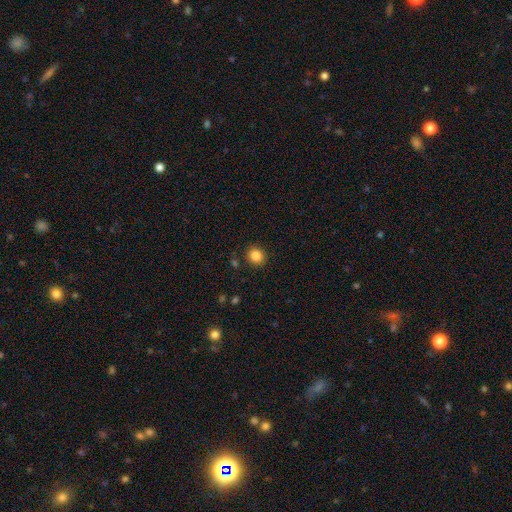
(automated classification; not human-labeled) smooth-or-featured: smooth: 85% | star or artifact: 11% | featured or disk: 5%
  how-rounded: round: 81% | in between: 18% | cigar-shaped: 1%
  merging: none: 87% | minor disturbance: 8% | major disturbance: 3% | merger: 2%